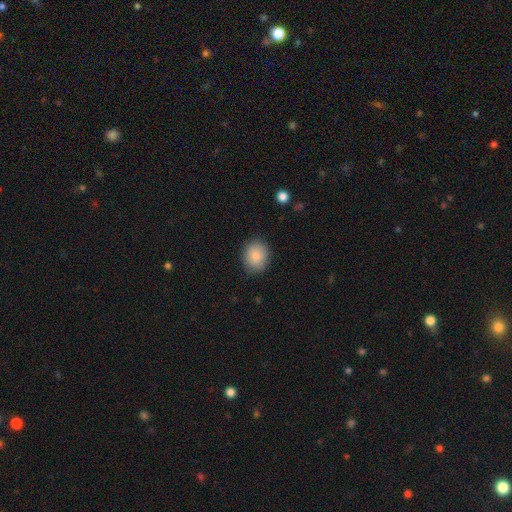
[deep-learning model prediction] A smooth galaxy with no disk features (85%) that is round (60%). Merging: none (85%).